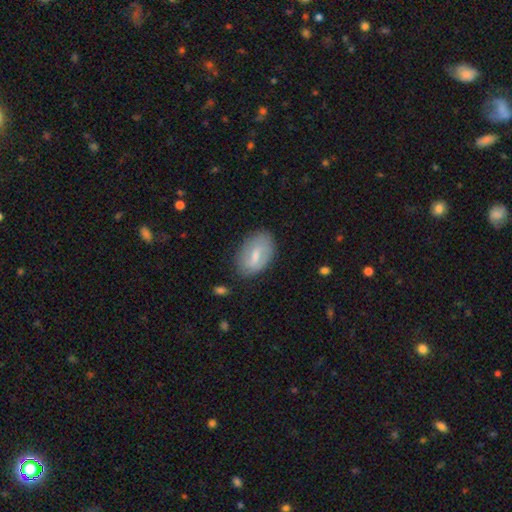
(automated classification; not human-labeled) This is possibly a smooth galaxy (54%). How rounded: clearly in between (90%). Merging: likely none (74%).